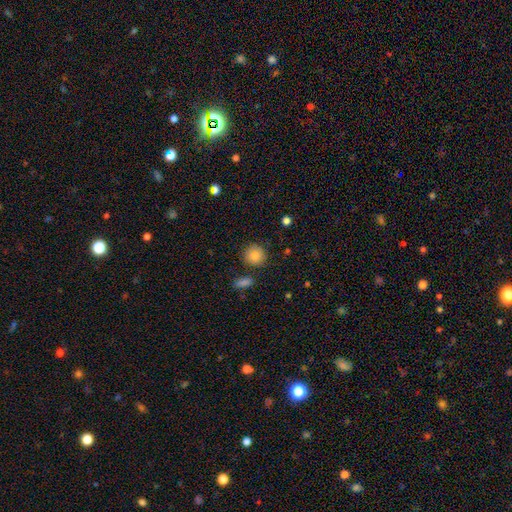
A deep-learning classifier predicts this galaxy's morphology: This appears to be a smooth galaxy with no disk features (84%) that is round (91%). Merging: none (85%).